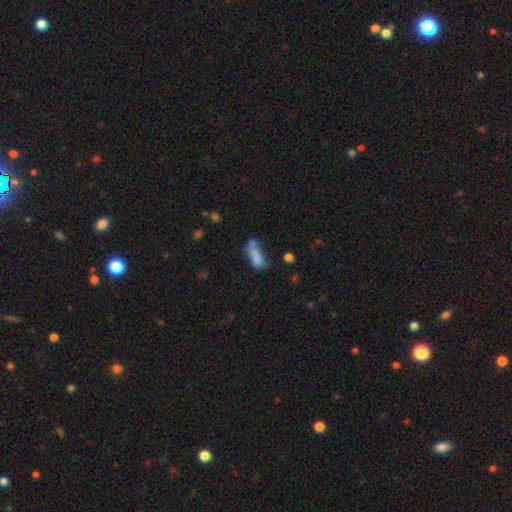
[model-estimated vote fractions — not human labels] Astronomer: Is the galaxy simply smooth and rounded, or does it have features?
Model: smooth — 74%.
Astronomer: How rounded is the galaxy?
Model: in between — 70%.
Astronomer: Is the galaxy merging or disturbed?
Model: none — 32% (runner-up: merger, 24%).